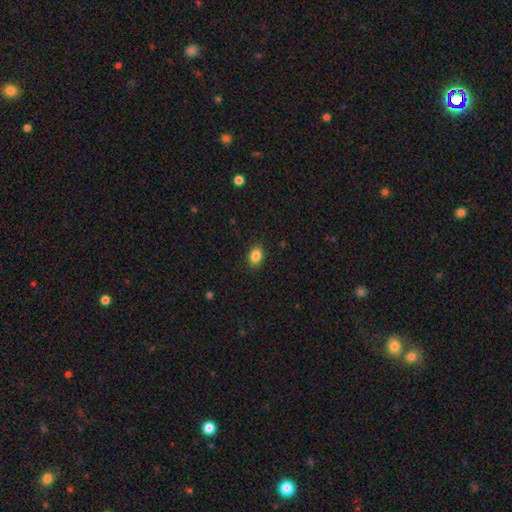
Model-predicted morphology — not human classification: smooth-or-featured: smooth: 86% | star or artifact: 9% | featured or disk: 5%
  how-rounded: in between: 72% | round: 27% | cigar-shaped: 1%
  merging: none: 88% | minor disturbance: 9% | major disturbance: 2% | merger: 1%